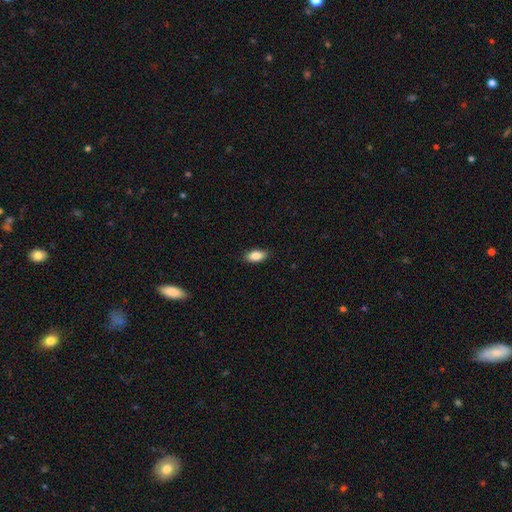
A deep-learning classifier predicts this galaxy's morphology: A smooth galaxy with no disk features (86%) that is in between round and cigar-shaped (90%). Merging: none (88%).